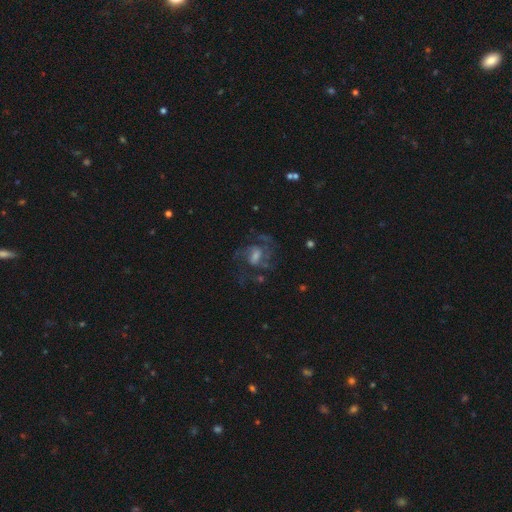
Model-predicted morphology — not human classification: Overall: featured or disk (75%). Edge-on disk: no (97%). Bar: weak (52%; no 34%). Spiral arms: yes (91%). Spiral arm count: 2 (35%; can't tell 25%). Spiral winding: medium (53%; tight 25%). Bulge size: moderate (41%; small 32%). Merging: none (61%).